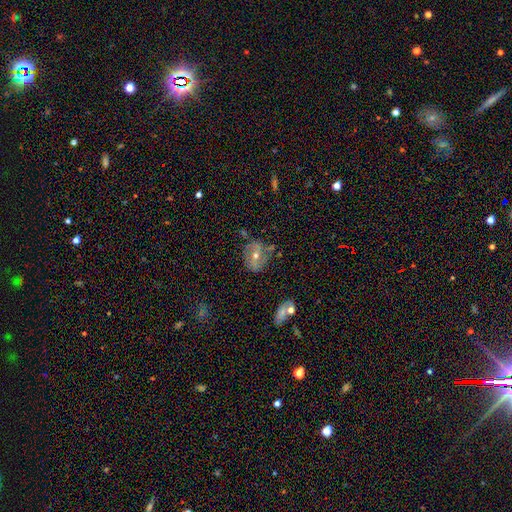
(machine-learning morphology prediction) Smooth or featured: featured or disk — 55% (smooth — 35%)
Edge-on disk: no — 95% (yes — 5%)
Bar: no — 50% (weak — 33%)
Spiral arms: yes — 58% (no — 42%)
Bulge size: moderate — 63% (small — 33%)
Merging: none — 60% (minor disturbance — 25%)